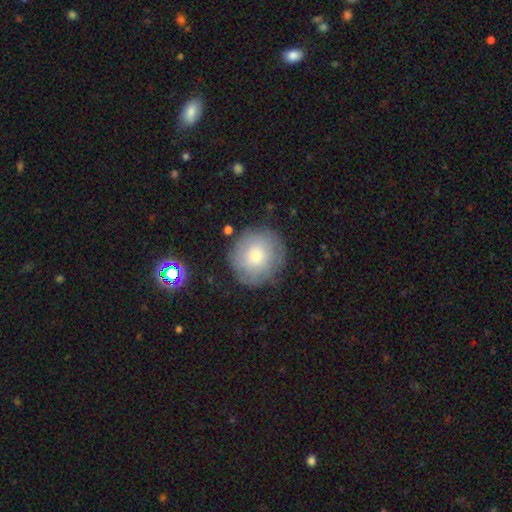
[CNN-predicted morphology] This is likely a smooth galaxy (62%). How rounded: clearly round (92%). Merging: clearly none (82%).